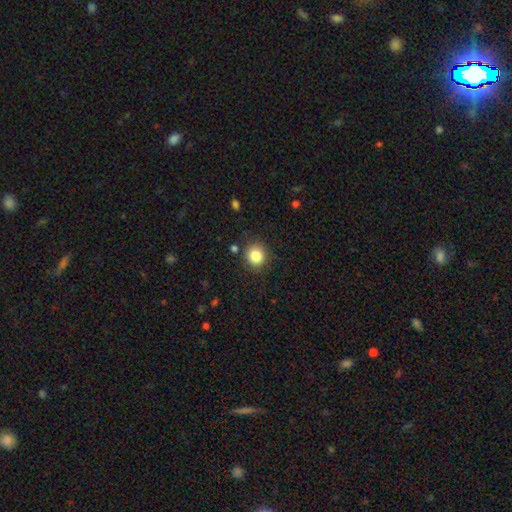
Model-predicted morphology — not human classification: A smooth galaxy with no disk features (83%) that is round (87%). Merging: none (87%).